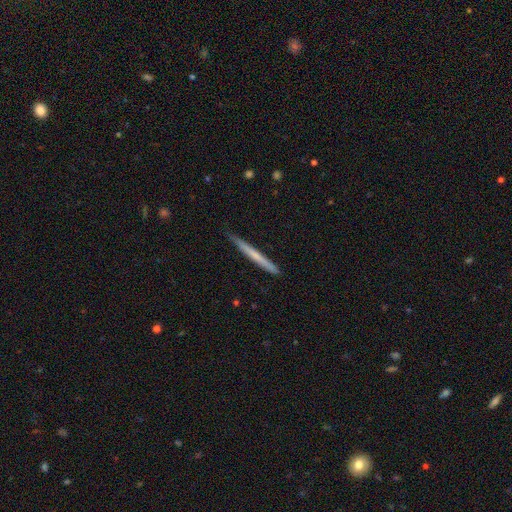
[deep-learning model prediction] Smooth or featured? smooth (53%)
How rounded? cigar-shaped (97%)
Merging? none (85%)